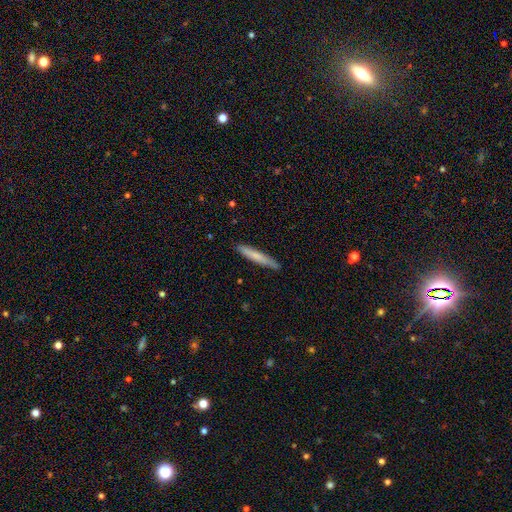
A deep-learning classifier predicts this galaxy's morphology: Smooth or featured: smooth — 70% (featured or disk — 24%)
How rounded: cigar-shaped — 94% (in between — 5%)
Merging: none — 87% (minor disturbance — 10%)